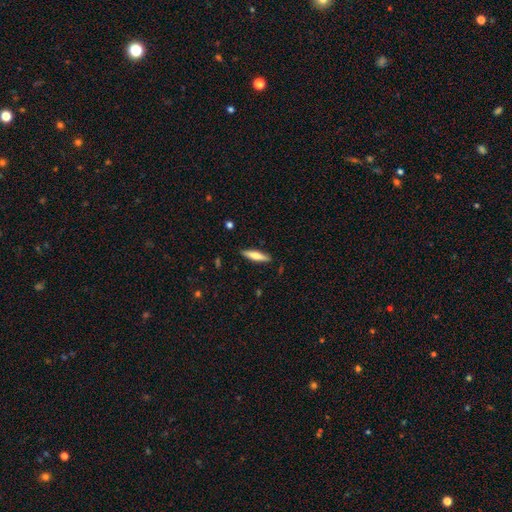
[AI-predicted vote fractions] Overall: smooth (65%; featured or disk 30%). How rounded: cigar-shaped (79%). Merging: none (89%).